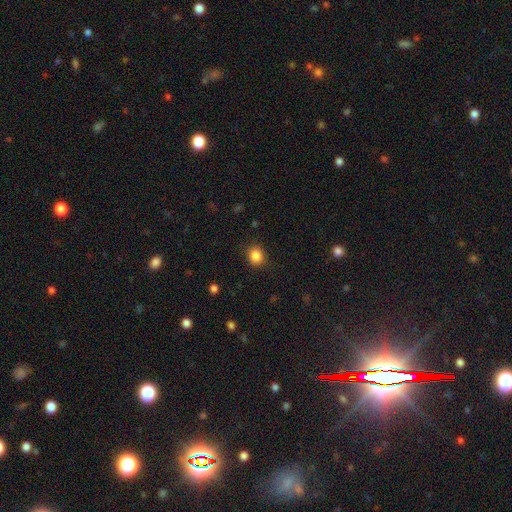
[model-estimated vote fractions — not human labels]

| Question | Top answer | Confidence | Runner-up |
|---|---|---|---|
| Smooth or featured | smooth | 86% | star or artifact (10%) |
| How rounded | round | 74% | in between (26%) |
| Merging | none | 88% | minor disturbance (8%) |